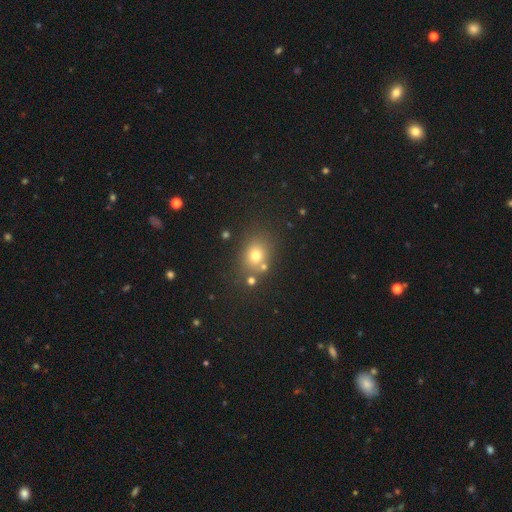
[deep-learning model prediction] Smooth or featured: smooth — 71% (star or artifact — 18%)
How rounded: round — 61% (in between — 38%)
Merging: none — 71% (merger — 14%)